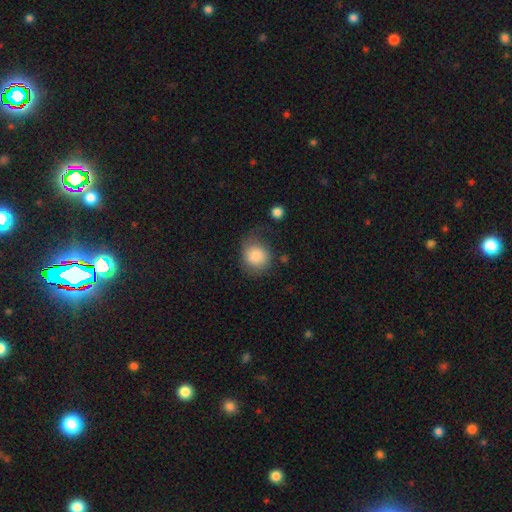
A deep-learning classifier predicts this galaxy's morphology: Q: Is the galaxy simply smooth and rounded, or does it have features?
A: smooth — 81%.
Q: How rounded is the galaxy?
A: round — 76%.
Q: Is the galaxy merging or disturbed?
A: none — 54%.